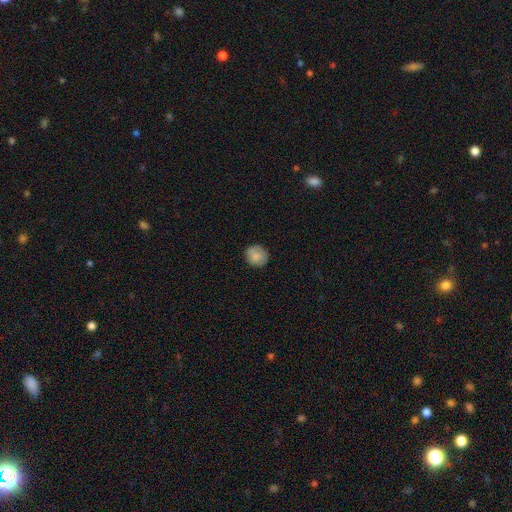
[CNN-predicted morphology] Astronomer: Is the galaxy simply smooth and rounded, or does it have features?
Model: smooth — 83%.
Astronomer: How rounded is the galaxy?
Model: round — 83%.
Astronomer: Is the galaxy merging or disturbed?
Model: none — 83%.